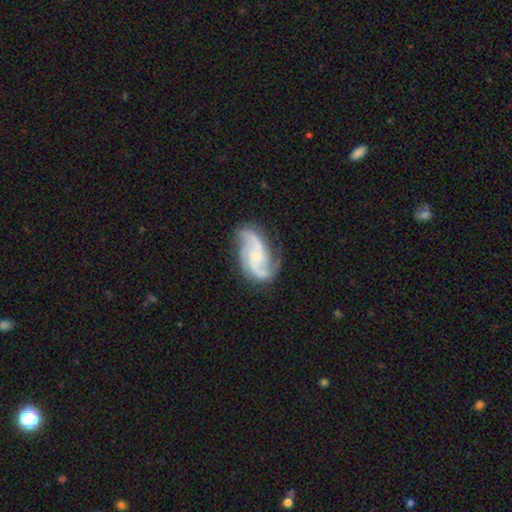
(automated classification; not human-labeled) Q: Smooth or featured?
A: featured or disk (88%); runner-up: smooth (7%)
Q: Edge-on disk?
A: no (98%); runner-up: yes (2%)
Q: Bar?
A: no (59%); runner-up: weak (33%)
Q: Spiral arms?
A: yes (98%); runner-up: no (2%)
Q: Spiral winding?
A: medium (51%); runner-up: loose (25%)
Q: Spiral arm count?
A: 2 (46%); runner-up: 3 (37%)
Q: Bulge size?
A: small (61%); runner-up: moderate (22%)
Q: Merging?
A: none (67%); runner-up: minor disturbance (21%)